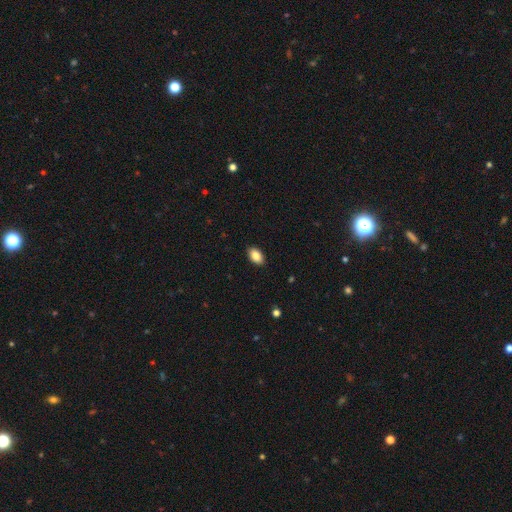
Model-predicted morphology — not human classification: Smooth or featured? Predicted: smooth (p=0.86). How rounded? Predicted: in between (p=0.92). Merging? Predicted: none (p=0.89).